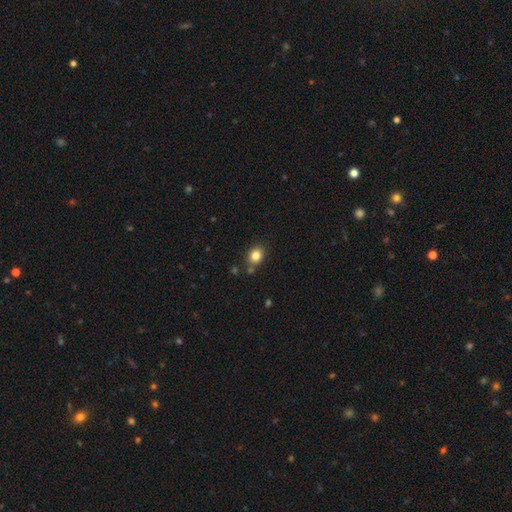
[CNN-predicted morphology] Smooth or featured? Predicted: smooth (p=0.83). How rounded? Predicted: round (p=0.55). Merging? Predicted: none (p=0.79).